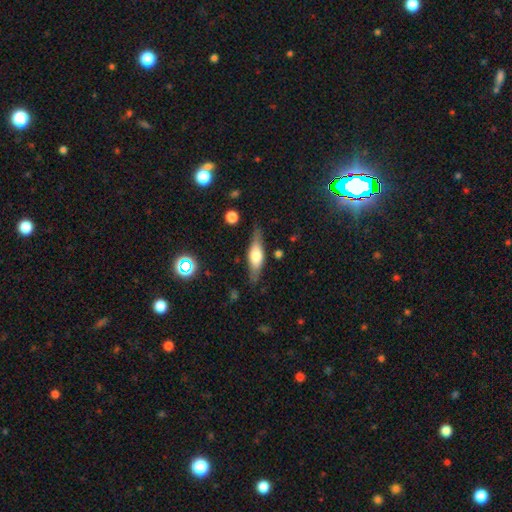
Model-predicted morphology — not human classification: type=featured or disk (49%); merging=none (79%).